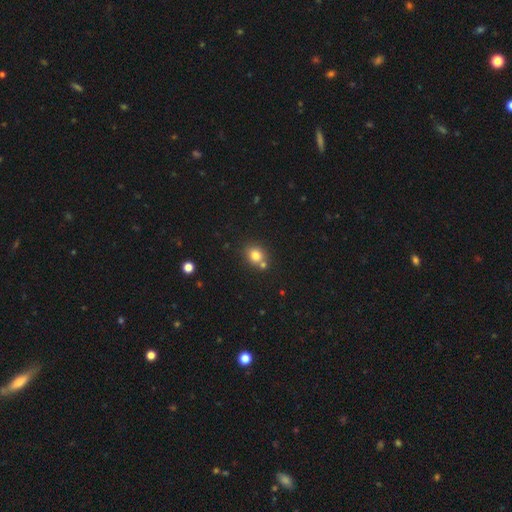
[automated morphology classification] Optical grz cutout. It shows a smooth galaxy with no disk features (80%) that is round (72%). Merging: none (65%).